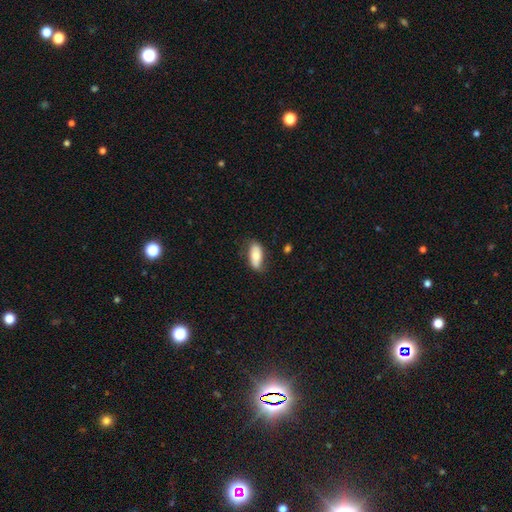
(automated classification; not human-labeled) Smooth or featured? smooth (74%)
How rounded? in between (86%)
Merging? none (71%)